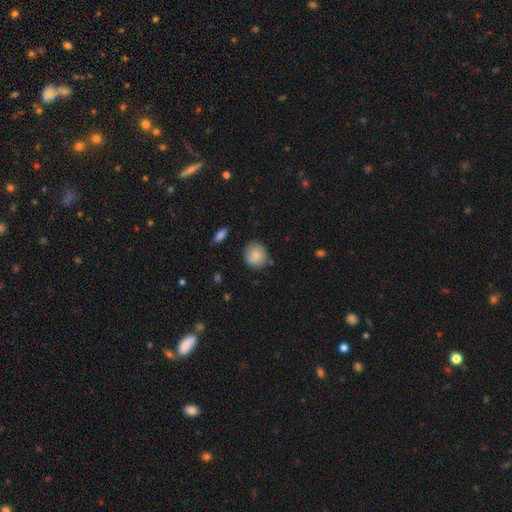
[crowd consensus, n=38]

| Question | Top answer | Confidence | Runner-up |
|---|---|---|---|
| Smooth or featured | smooth | 74% | featured or disk (26%) |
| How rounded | round | 86% | in between (14%) |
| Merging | none | 71% | minor disturbance (21%) |